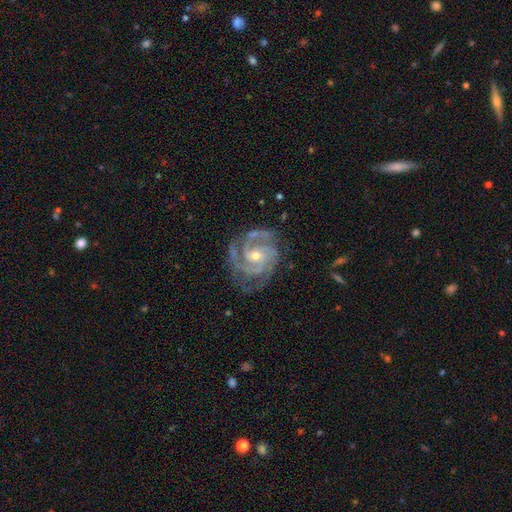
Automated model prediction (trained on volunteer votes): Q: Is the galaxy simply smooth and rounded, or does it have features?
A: featured or disk — 93%.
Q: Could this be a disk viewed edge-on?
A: no — 98%.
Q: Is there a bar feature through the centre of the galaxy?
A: no — 63%.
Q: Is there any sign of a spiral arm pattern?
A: yes — 98%.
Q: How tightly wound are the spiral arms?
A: tight — 62%.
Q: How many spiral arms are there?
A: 3 — 47%.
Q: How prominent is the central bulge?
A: small — 54%.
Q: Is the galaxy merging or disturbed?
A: none — 72%.